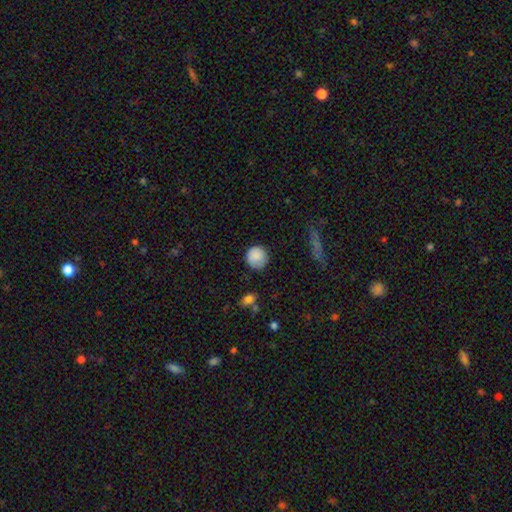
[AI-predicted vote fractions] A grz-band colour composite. It shows a smooth galaxy with no disk features (87%) that is round (92%). Merging: none (79%).